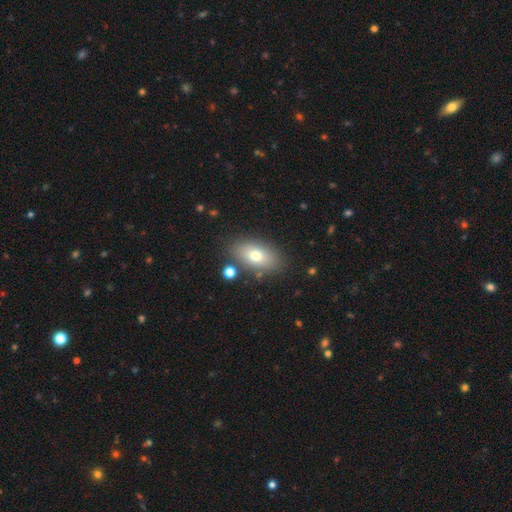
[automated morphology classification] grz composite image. It shows a smooth galaxy with no disk features (73%) that is in between round and cigar-shaped (89%). Merging: none (81%).